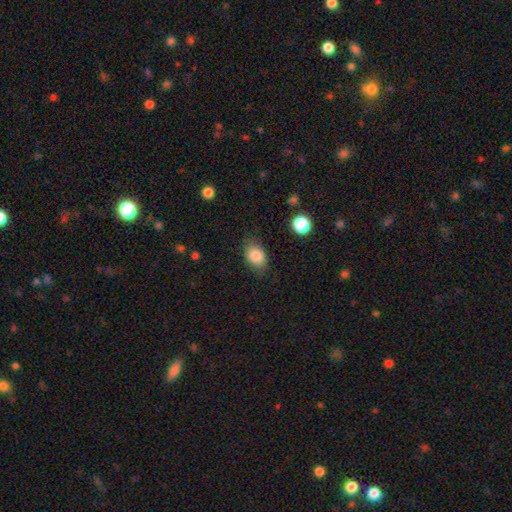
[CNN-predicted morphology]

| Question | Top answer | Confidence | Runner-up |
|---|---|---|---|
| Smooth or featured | smooth | 85% | star or artifact (8%) |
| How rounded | in between | 78% | round (21%) |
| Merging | none | 78% | minor disturbance (16%) |